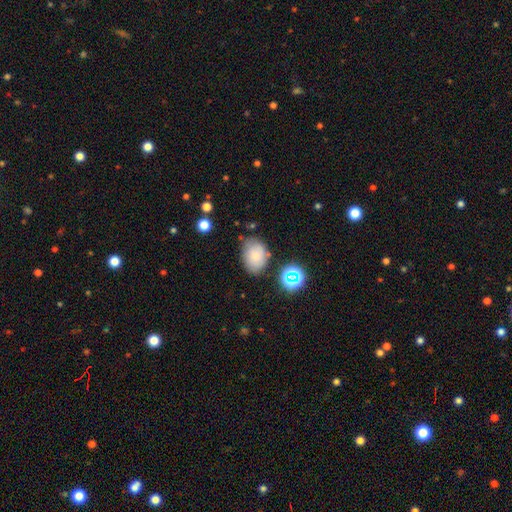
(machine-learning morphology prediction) smooth-or-featured: smooth: 74% | featured or disk: 14% | star or artifact: 12%
  how-rounded: in between: 72% | round: 27% | cigar-shaped: 1%
  merging: none: 67% | minor disturbance: 21% | merger: 6% | major disturbance: 6%